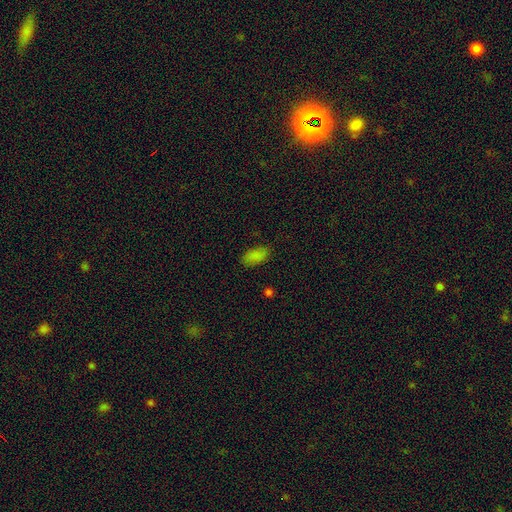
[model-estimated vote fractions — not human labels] This is clearly a smooth galaxy (84%). How rounded: clearly in between (93%). Merging: clearly none (82%).